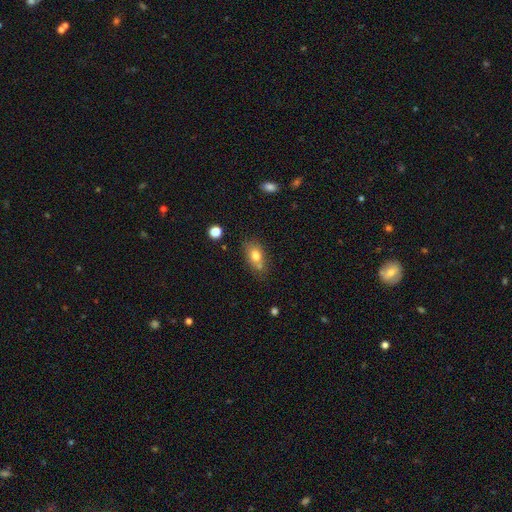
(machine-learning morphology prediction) Overall: smooth (75%). How rounded: in between (77%). Merging: none (54%; merger 21%).